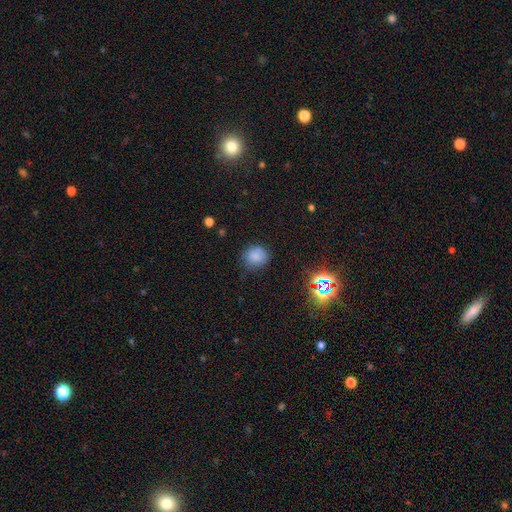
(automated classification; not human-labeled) smooth 79%, star or artifact 15%, featured or disk 6%. Down the decision tree: how rounded — round (81%); merging — none (73%).